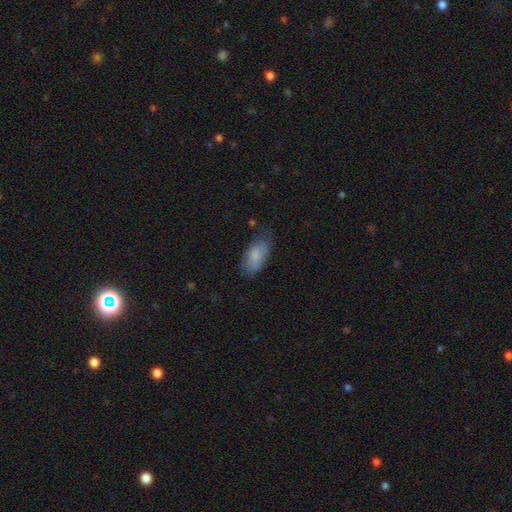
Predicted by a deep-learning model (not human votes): smooth_or_featured: smooth (p=0.80) [alt: featured or disk p=0.13]
how_rounded: in between (p=0.90) [alt: cigar-shaped p=0.07]
merging: none (p=0.60) [alt: minor disturbance p=0.29]